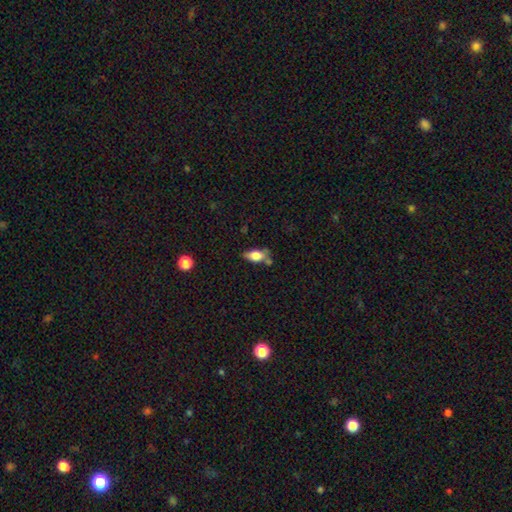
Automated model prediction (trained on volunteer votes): The model was most divided on "merging": none: 54%, minor disturbance: 24%, merger: 14%, major disturbance: 7%. More confident: how rounded — in between (85%); smooth or featured — smooth (73%).